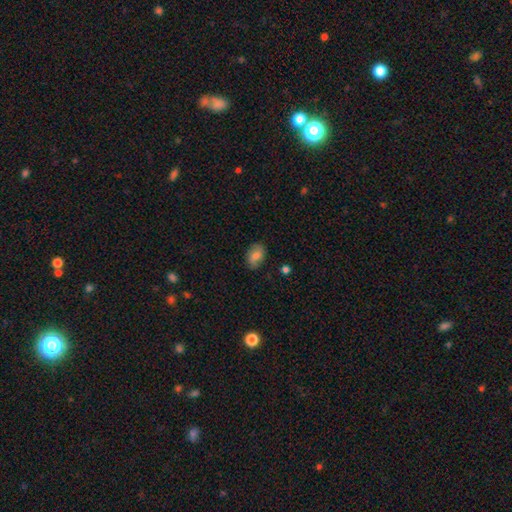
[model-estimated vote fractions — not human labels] Smooth or featured? smooth (73%)
How rounded? in between (83%)
Merging? none (81%)